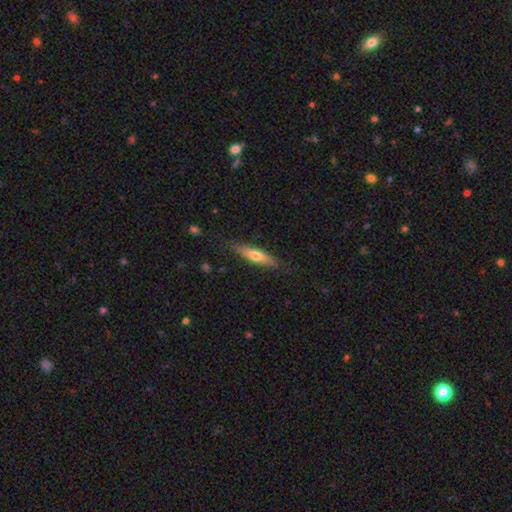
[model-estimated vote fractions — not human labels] Smooth or featured? smooth (61%)
How rounded? cigar-shaped (69%)
Merging? none (83%)